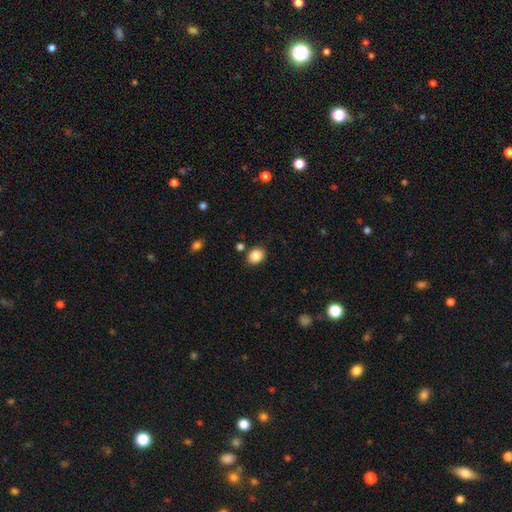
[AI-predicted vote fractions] smooth-or-featured: smooth: 86% | star or artifact: 9% | featured or disk: 5%
  how-rounded: round: 52% | in between: 48% | cigar-shaped: 1%
  merging: none: 84% | minor disturbance: 10% | merger: 3% | major disturbance: 3%